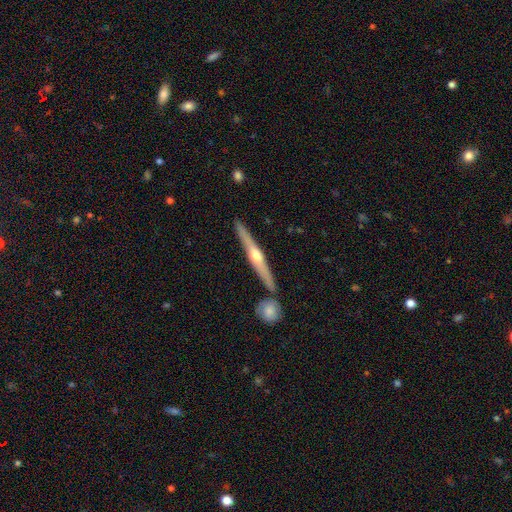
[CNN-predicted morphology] Smooth or featured: featured or disk — 73% (smooth — 22%)
Edge-on disk: yes — 97% (no — 3%)
Edge-on bulge: rounded — 92% (none — 5%)
Merging: none — 86% (minor disturbance — 7%)